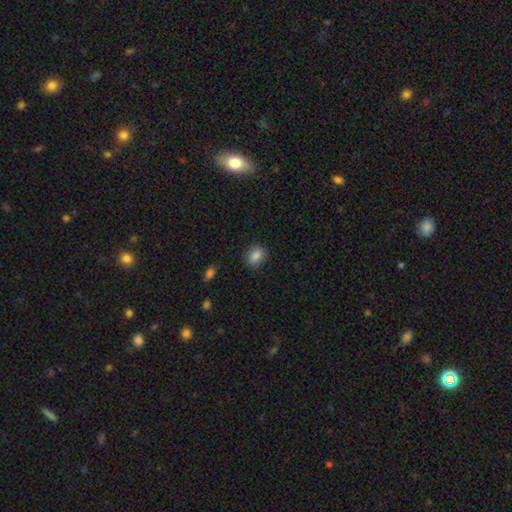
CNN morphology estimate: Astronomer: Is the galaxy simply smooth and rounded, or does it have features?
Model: smooth — 86%.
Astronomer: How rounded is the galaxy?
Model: in between — 52% (runner-up: round, 46%).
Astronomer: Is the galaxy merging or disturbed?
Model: none — 85%.